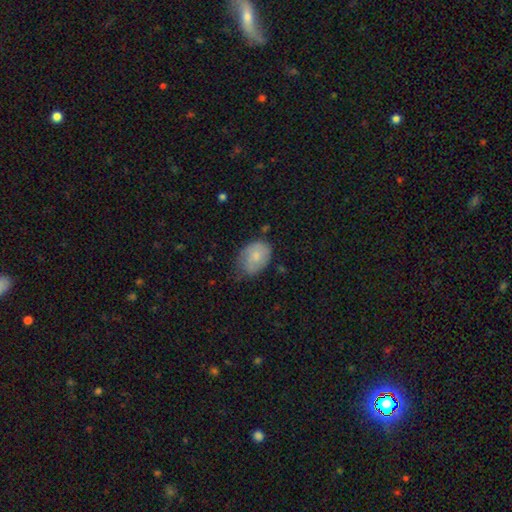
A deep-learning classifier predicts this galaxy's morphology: This appears to be a smooth galaxy with no disk features (73%) that is in between round and cigar-shaped (75%). Merging: none (47%).